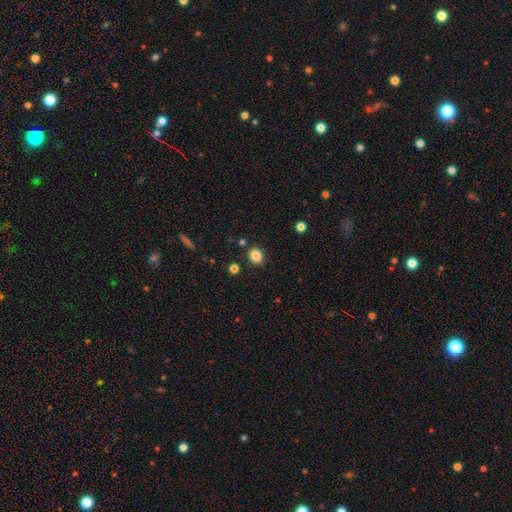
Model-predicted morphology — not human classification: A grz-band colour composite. It shows a smooth galaxy with no disk features (85%) that is round (61%). Merging: none (86%).